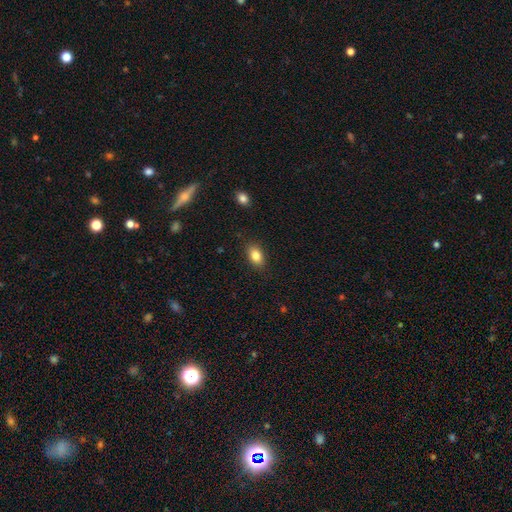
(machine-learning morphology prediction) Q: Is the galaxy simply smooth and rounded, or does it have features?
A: smooth — 84%.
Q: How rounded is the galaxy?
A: in between — 84%.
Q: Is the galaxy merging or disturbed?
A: none — 86%.